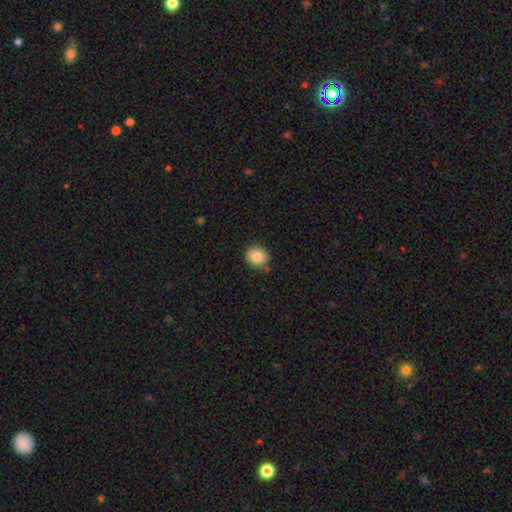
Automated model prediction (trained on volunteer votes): Morphology: type=smooth (85%); roundness=round (79%); merging=none (81%).